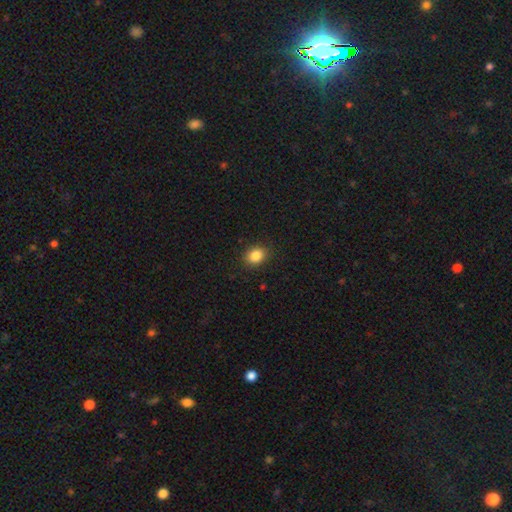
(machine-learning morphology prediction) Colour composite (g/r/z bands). It shows a smooth galaxy with no disk features (86%) that is in between round and cigar-shaped (53%). Merging: none (88%).